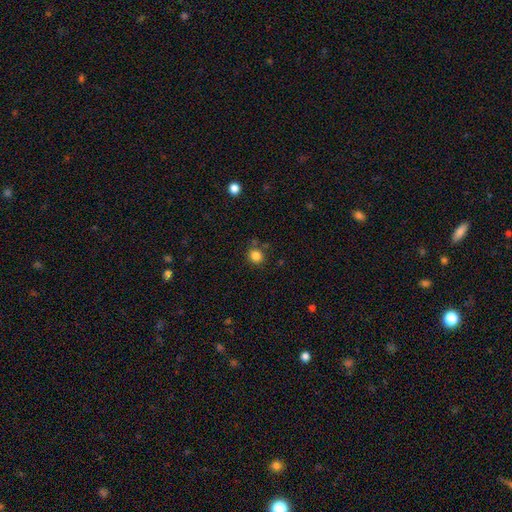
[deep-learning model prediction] Smooth or featured? smooth (84%)
How rounded? round (83%)
Merging? none (80%)